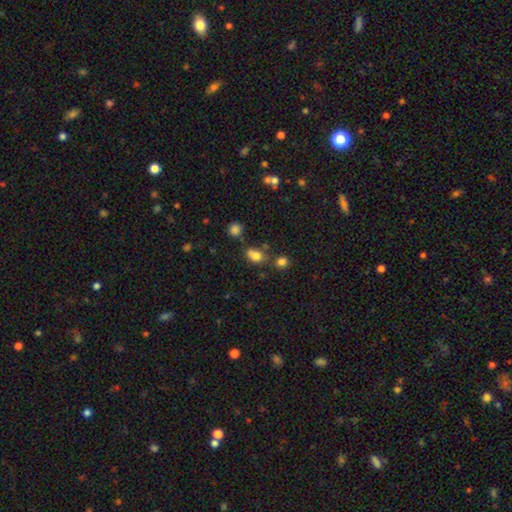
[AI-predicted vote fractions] A smooth galaxy with no disk features (77%) that is in between round and cigar-shaped (60%). Merging: none (53%).